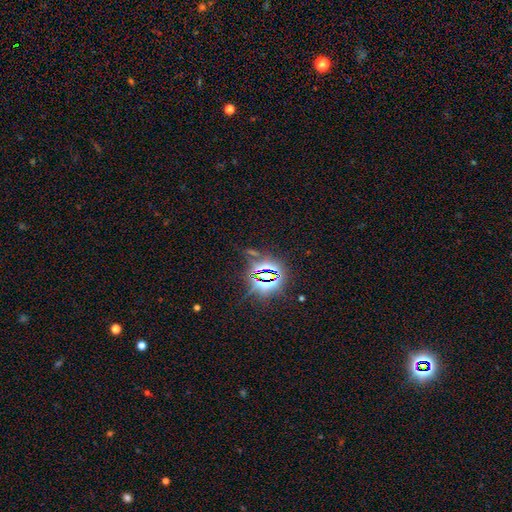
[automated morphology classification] The model was most divided on "smooth or featured": star or artifact: 82%, smooth: 11%, featured or disk: 8%.